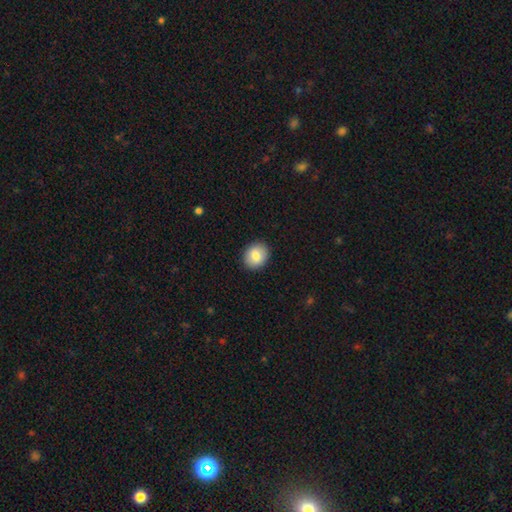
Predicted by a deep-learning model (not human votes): Smooth or featured? Predicted: smooth (p=0.83). How rounded? Predicted: round (p=0.66). Merging? Predicted: none (p=0.90).